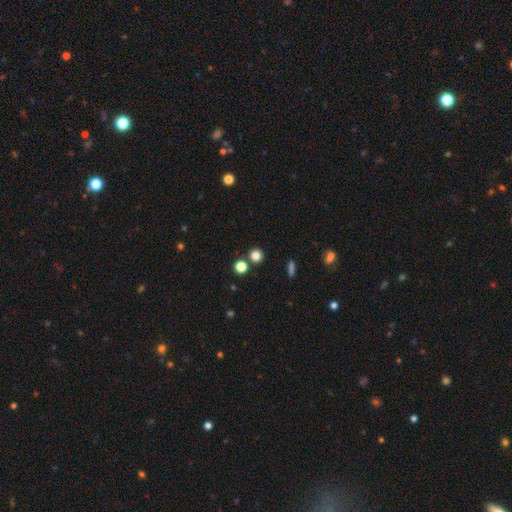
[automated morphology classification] type=smooth (80%); roundness=round (91%); merging=none (80%).